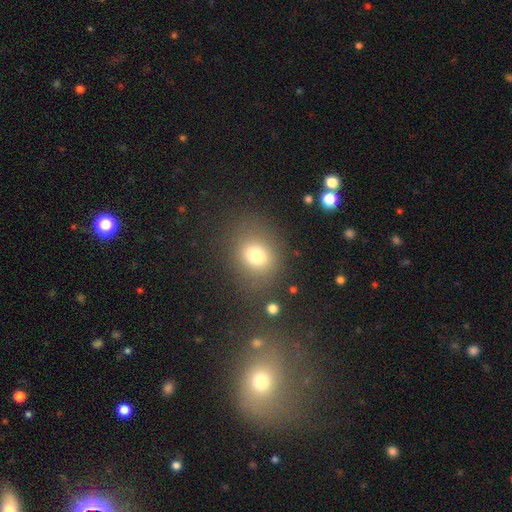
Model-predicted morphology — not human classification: smooth 76%, star or artifact 15%, featured or disk 10%. Down the decision tree: how rounded — round (63%); merging — none (76%).